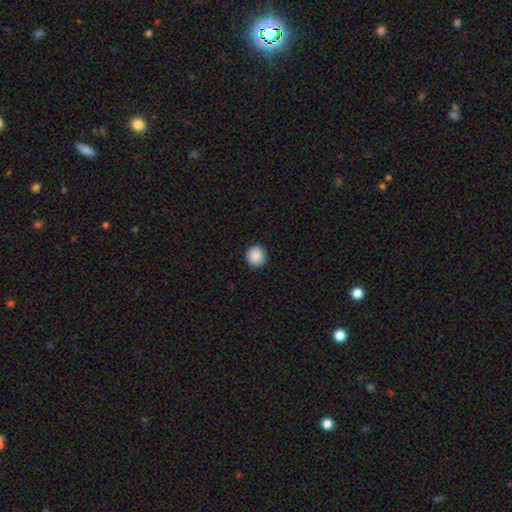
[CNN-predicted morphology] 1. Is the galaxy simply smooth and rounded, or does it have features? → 89% smooth, 8% star or artifact, 2% featured or disk.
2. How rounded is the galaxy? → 92% round, 7% in between, 1% cigar-shaped.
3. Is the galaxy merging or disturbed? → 91% none, 6% minor disturbance, 2% major disturbance, 1% merger.